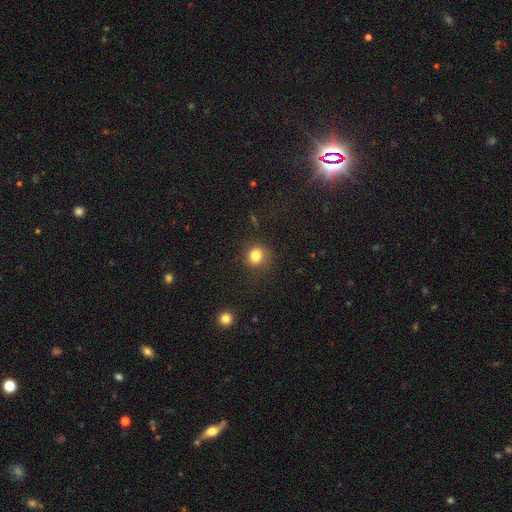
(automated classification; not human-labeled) Smooth or featured? smooth (82%)
How rounded? round (81%)
Merging? none (82%)